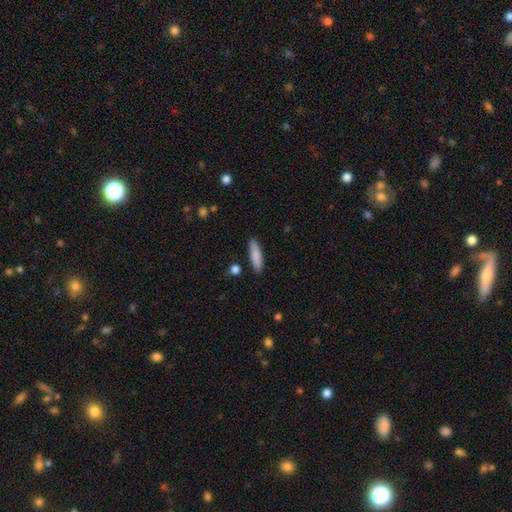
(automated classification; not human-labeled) Morphology: type=smooth (83%); roundness=cigar-shaped (72%); merging=none (87%).